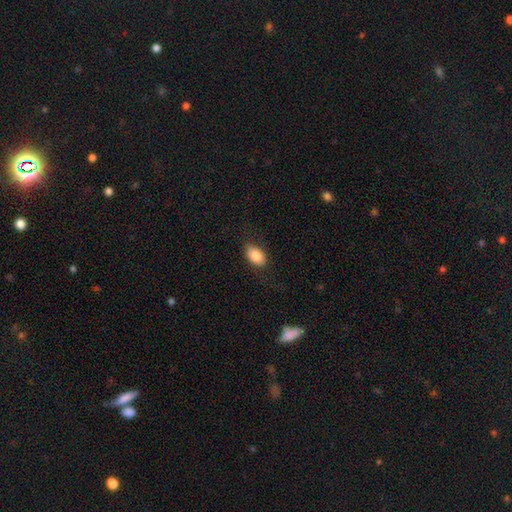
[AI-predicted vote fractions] smooth 85%, featured or disk 8%, star or artifact 7%. Down the decision tree: how rounded — in between (89%); merging — none (80%).